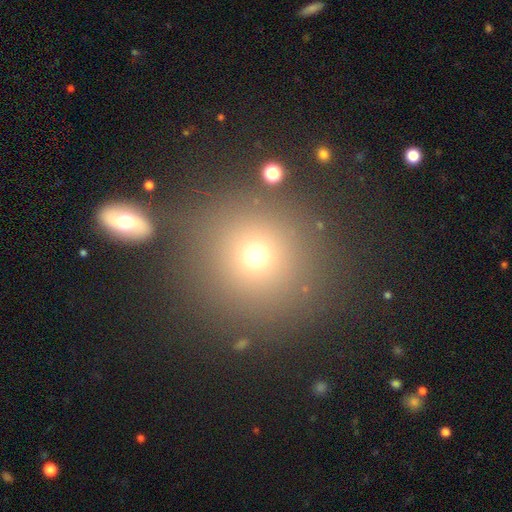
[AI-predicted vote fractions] Morphology: type=smooth (69%); roundness=round (93%); merging=none (79%).